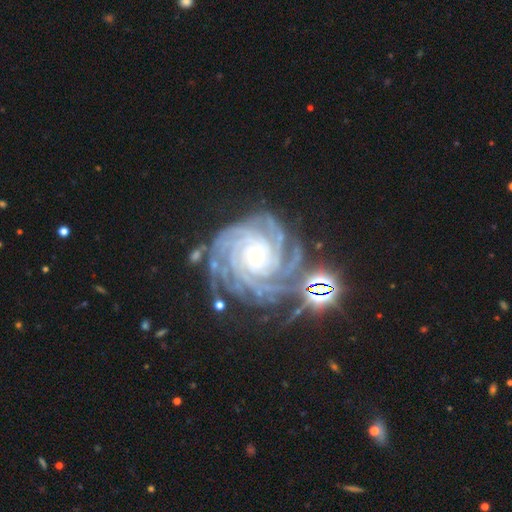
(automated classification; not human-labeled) Q: Smooth or featured?
A: featured or disk (91%); runner-up: star or artifact (6%)
Q: Edge-on disk?
A: no (98%); runner-up: yes (2%)
Q: Bar?
A: no (72%); runner-up: weak (18%)
Q: Spiral arms?
A: yes (99%); runner-up: no (1%)
Q: Spiral winding?
A: tight (83%); runner-up: medium (15%)
Q: Spiral arm count?
A: more than 4 (33%); runner-up: 4 (32%)
Q: Bulge size?
A: small (70%); runner-up: moderate (25%)
Q: Merging?
A: none (69%); runner-up: minor disturbance (18%)